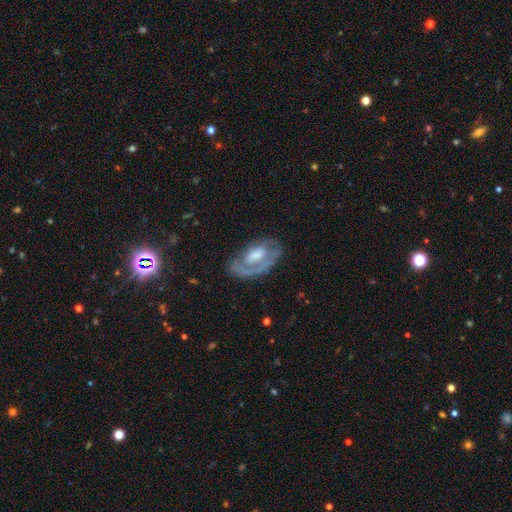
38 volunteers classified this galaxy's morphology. Smooth or featured: featured or disk — 71% (smooth — 21%)
Edge-on disk: no — 89% (yes — 11%)
Bar: no — 71% (weak — 17%)
Spiral arms: yes — 54% (no — 46%)
Spiral winding: tight — 69% (medium — 15%)
Spiral arm count: 1 — 38% (tied with can't tell — 38%)
Bulge size: large — 46% (moderate — 29%)
Merging: none — 77% (minor disturbance — 17%)